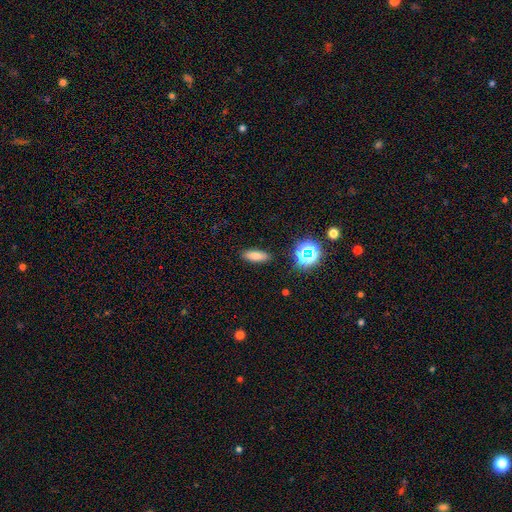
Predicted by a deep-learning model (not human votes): Morphology: type=smooth (78%); roundness=in between (62%); merging=none (88%).